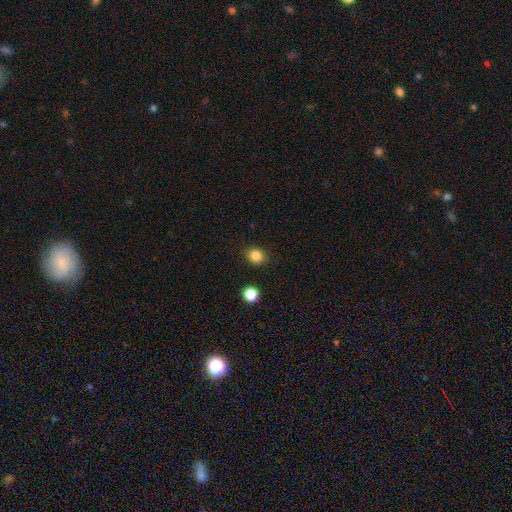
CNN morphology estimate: smooth-or-featured: smooth: 85% | star or artifact: 11% | featured or disk: 4%
  how-rounded: round: 64% | in between: 35% | cigar-shaped: 1%
  merging: none: 87% | minor disturbance: 8% | major disturbance: 2% | merger: 2%